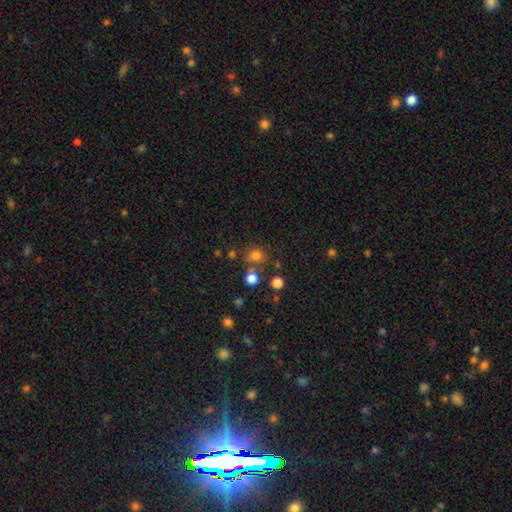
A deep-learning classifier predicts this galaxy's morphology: smooth-or-featured: smooth: 75% | star or artifact: 17% | featured or disk: 8%
  how-rounded: round: 77% | in between: 22% | cigar-shaped: 1%
  merging: none: 62% | merger: 18% | minor disturbance: 14% | major disturbance: 7%